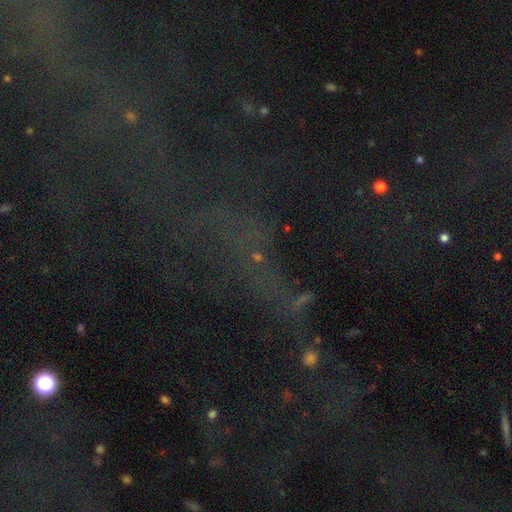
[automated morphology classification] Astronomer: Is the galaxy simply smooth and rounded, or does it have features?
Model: star or artifact — 63%.